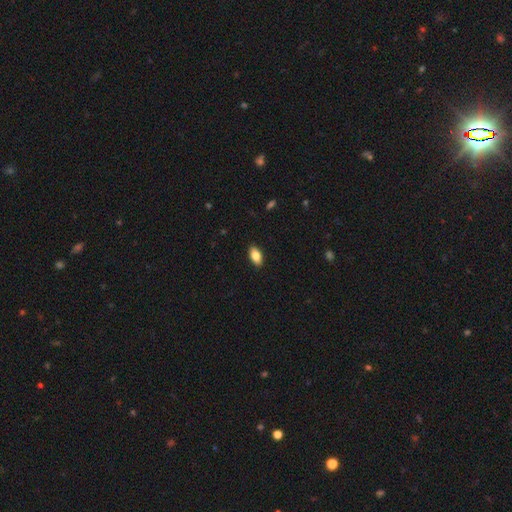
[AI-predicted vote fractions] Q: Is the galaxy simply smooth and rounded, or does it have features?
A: smooth — 81%.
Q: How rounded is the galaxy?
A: in between — 91%.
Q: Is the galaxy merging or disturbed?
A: none — 90%.